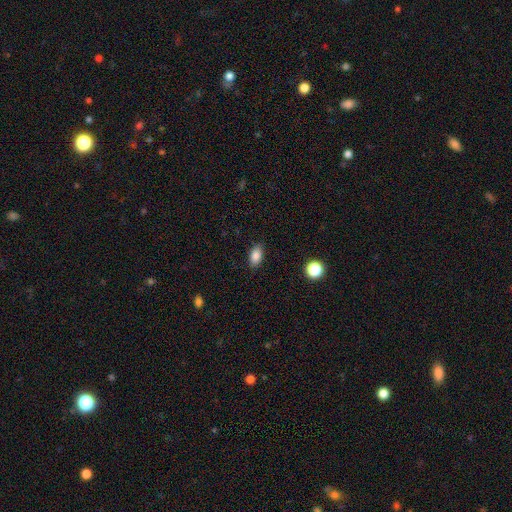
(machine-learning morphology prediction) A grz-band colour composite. It shows a smooth galaxy with no disk features (86%) that is in between round and cigar-shaped (90%). Merging: none (87%).